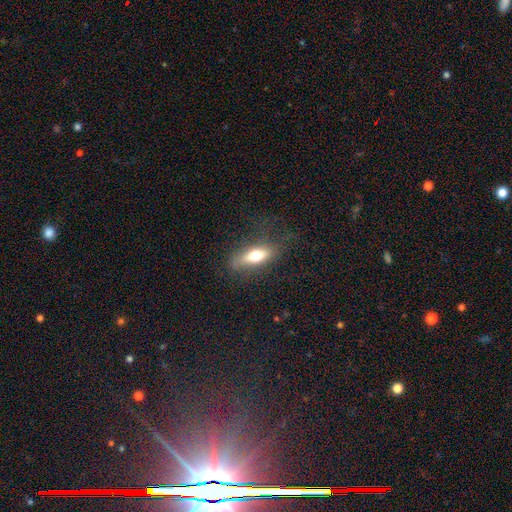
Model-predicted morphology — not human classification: Smooth or featured? smooth (65%)
How rounded? in between (59%)
Merging? none (74%)